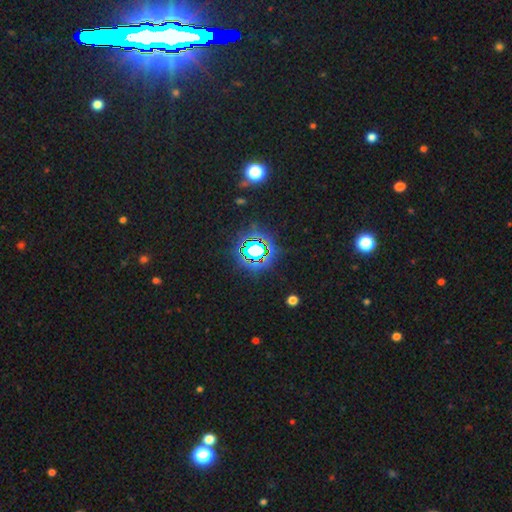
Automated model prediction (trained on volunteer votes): star or artifact 82%, smooth 11%, featured or disk 7%.